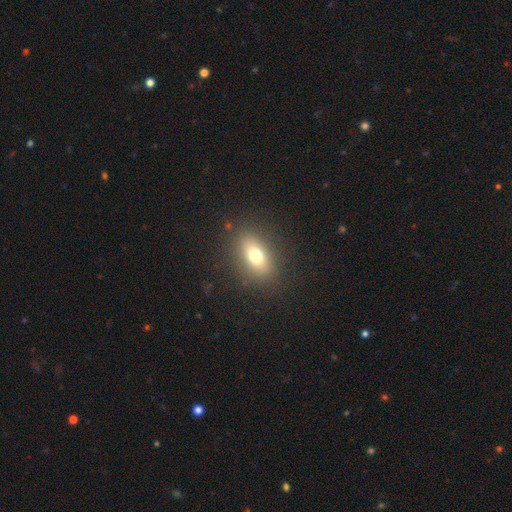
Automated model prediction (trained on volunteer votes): Smooth or featured? Predicted: smooth (p=0.72). How rounded? Predicted: in between (p=0.79). Merging? Predicted: none (p=0.85).